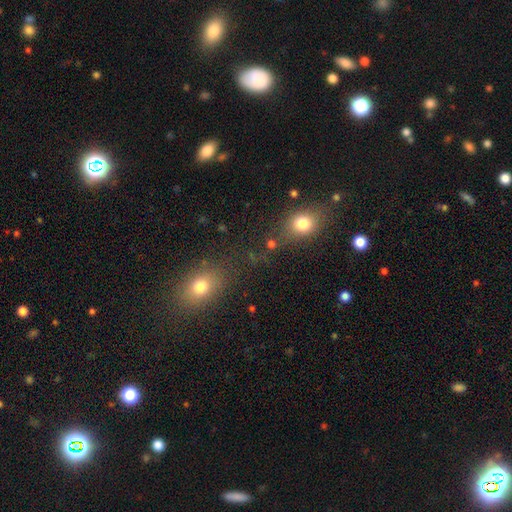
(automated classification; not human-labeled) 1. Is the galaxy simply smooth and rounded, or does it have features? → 57% smooth, 33% star or artifact, 10% featured or disk.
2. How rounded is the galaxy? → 56% round, 40% in between, 4% cigar-shaped.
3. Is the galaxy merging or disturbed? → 62% none, 15% merger, 14% minor disturbance, 9% major disturbance.